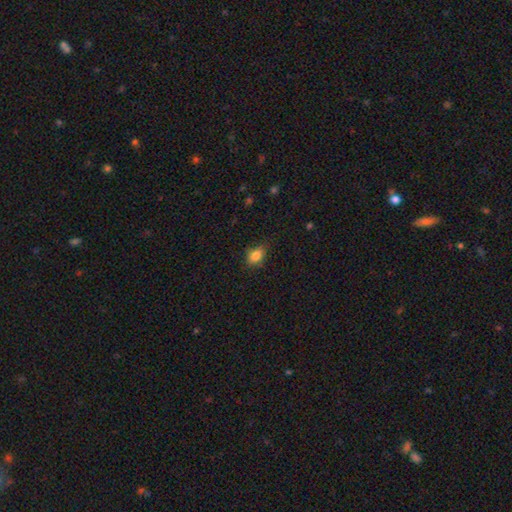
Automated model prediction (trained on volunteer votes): A smooth galaxy with no disk features (84%) that is in between round and cigar-shaped (69%).

Vote fractions:
- Smooth or featured? smooth: 84% / star or artifact: 10% / featured or disk: 6%
- How rounded? in between: 69% / round: 29% / cigar-shaped: 2%
- Merging? none: 75% / minor disturbance: 20% / major disturbance: 4% / merger: 1%